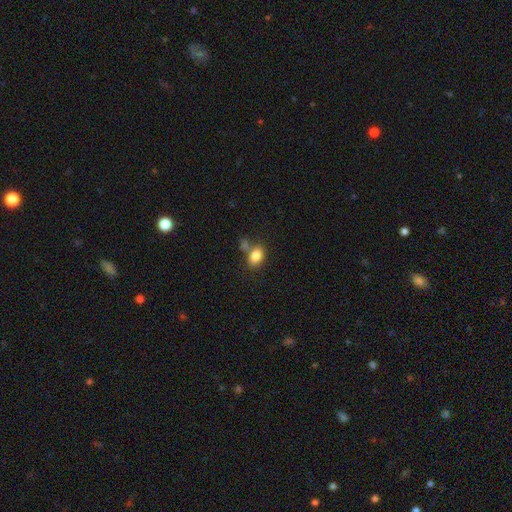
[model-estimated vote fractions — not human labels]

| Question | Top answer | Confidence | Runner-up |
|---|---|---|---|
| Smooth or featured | smooth | 83% | star or artifact (9%) |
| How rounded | in between | 79% | round (20%) |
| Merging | none | 56% | merger (25%) |